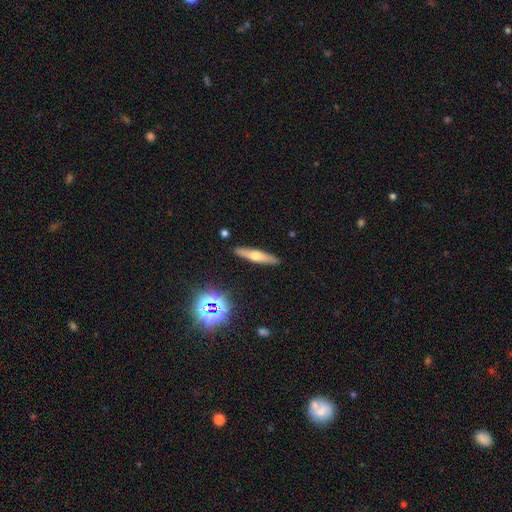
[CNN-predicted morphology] featured or disk 49%, smooth 42%, star or artifact 9%. Down the decision tree: merging — none (90%).